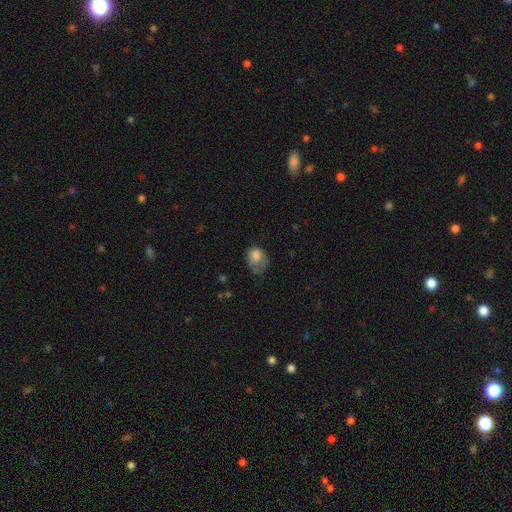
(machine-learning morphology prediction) This is likely a smooth galaxy (75%). How rounded: possibly in between (57%). Merging: marginally major disturbance (37%).